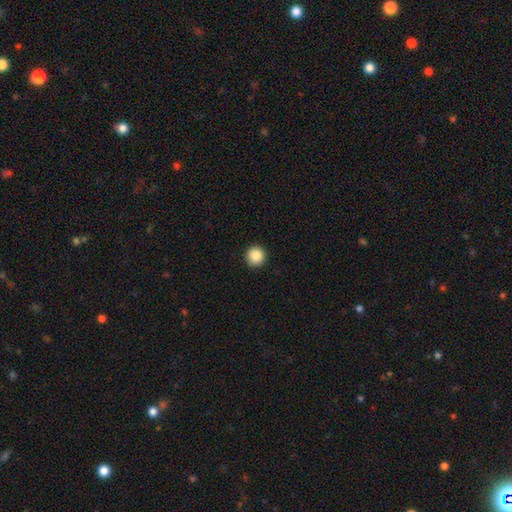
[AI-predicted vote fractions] Morphology: type=smooth (88%); roundness=round (95%); merging=none (93%).